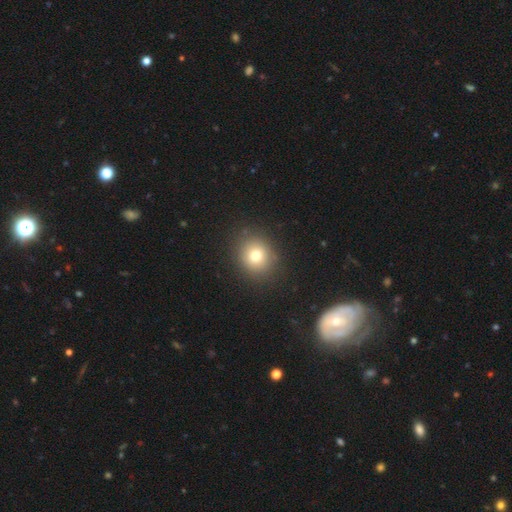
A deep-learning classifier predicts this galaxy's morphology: type=smooth (76%); roundness=round (80%); merging=none (88%).